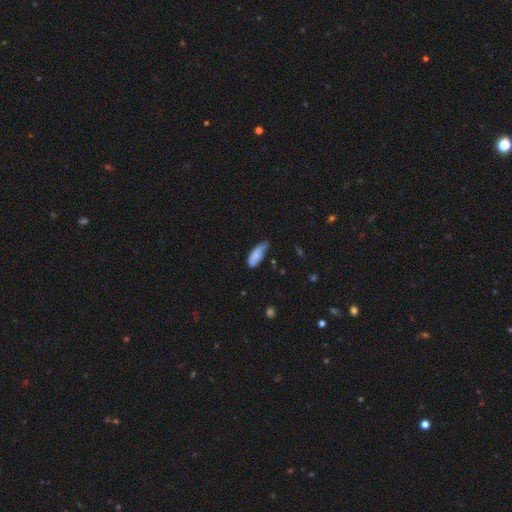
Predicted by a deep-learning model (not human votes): Q: Smooth or featured?
A: smooth (74%); runner-up: featured or disk (19%)
Q: How rounded?
A: in between (76%); runner-up: cigar-shaped (22%)
Q: Merging?
A: none (51%); runner-up: minor disturbance (36%)